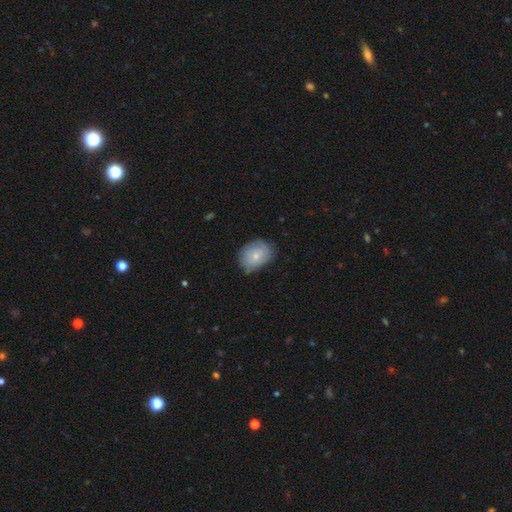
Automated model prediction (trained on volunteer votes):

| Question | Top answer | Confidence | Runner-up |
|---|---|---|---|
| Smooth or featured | smooth | 57% | featured or disk (36%) |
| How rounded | in between | 63% | round (36%) |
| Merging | none | 66% | minor disturbance (27%) |